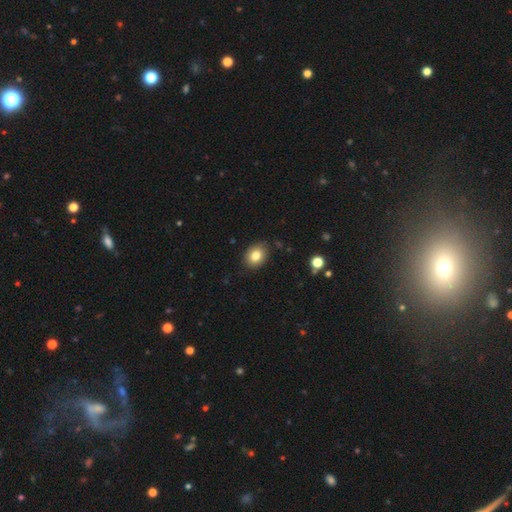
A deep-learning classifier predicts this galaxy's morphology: Smooth or featured?
  - smooth: 82% *
  - star or artifact: 10%
  - featured or disk: 8%
How rounded?
  - in between: 58% *
  - round: 41%
  - cigar-shaped: 1%
Merging?
  - none: 86% *
  - minor disturbance: 11%
  - major disturbance: 2%
  - merger: 1%